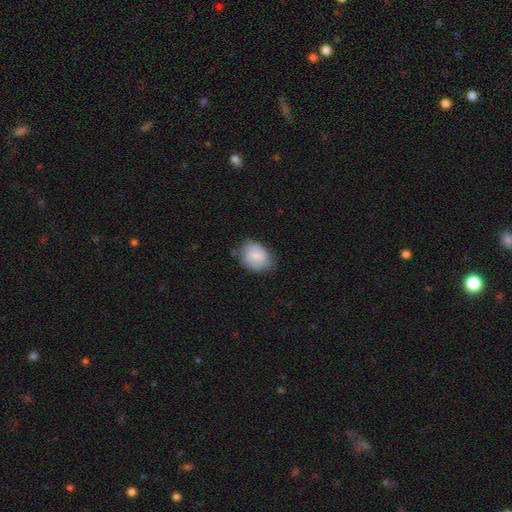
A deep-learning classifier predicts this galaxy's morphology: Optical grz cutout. It shows a smooth galaxy with no disk features (71%) that is in between round and cigar-shaped (59%). Merging: none (70%).